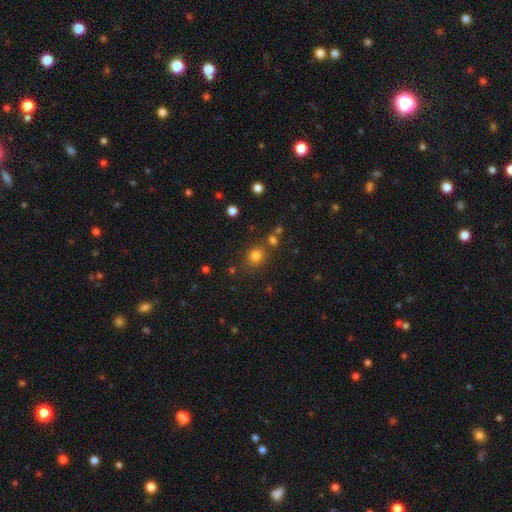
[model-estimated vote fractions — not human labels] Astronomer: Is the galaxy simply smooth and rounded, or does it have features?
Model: smooth — 79%.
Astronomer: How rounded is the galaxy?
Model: round — 78%.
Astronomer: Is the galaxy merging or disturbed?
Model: none — 74%.